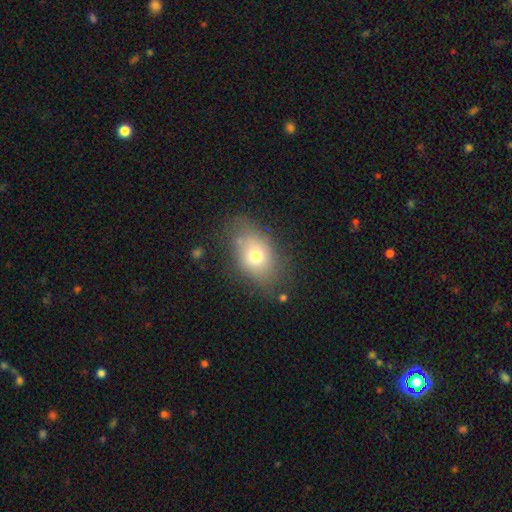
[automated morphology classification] This is likely a smooth galaxy (71%). How rounded: likely in between (73%). Merging: likely none (67%).